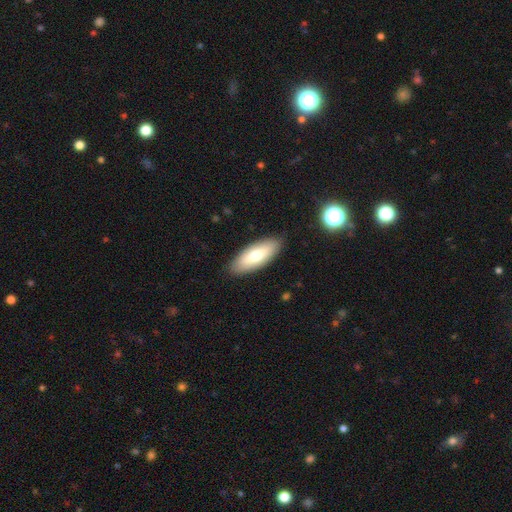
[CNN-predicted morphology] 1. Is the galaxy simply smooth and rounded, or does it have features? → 69% smooth, 25% featured or disk, 6% star or artifact.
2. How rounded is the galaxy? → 78% in between, 20% cigar-shaped, 2% round.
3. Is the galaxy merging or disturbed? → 88% none, 9% minor disturbance, 2% major disturbance, 1% merger.